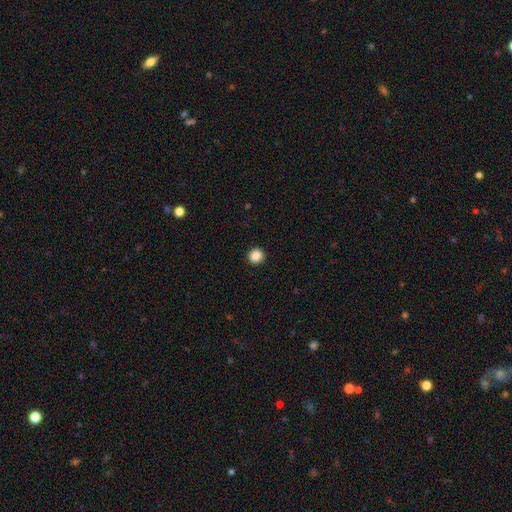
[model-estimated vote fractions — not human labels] Q: Smooth or featured?
A: smooth (87%); runner-up: star or artifact (10%)
Q: How rounded?
A: round (84%); runner-up: in between (16%)
Q: Merging?
A: none (92%); runner-up: minor disturbance (6%)